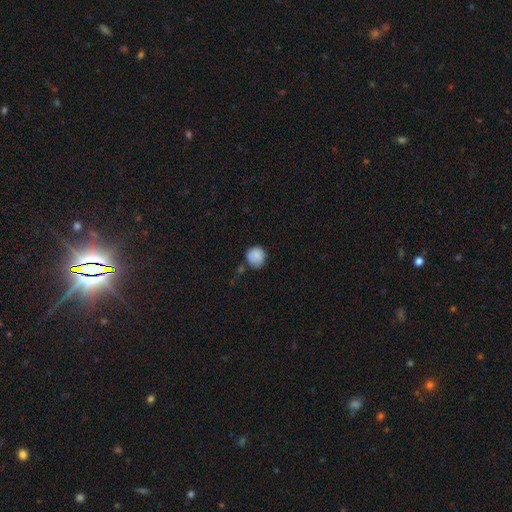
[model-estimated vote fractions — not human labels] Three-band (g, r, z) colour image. It shows a smooth galaxy with no disk features (87%) that is round (91%). Merging: none (69%).